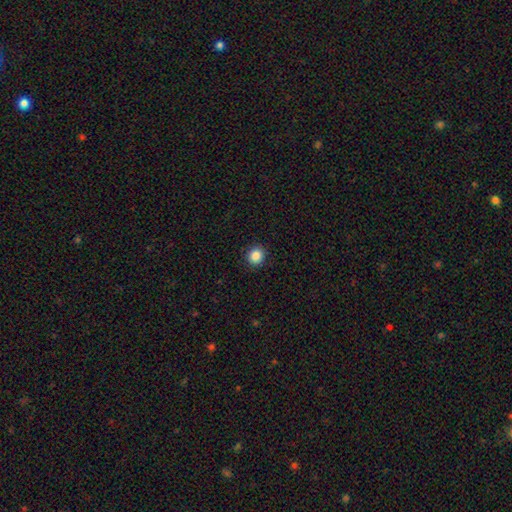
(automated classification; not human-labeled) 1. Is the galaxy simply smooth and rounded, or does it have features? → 86% smooth, 10% star or artifact, 3% featured or disk.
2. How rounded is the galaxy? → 87% round, 12% in between, 1% cigar-shaped.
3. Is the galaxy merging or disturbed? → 92% none, 6% minor disturbance, 2% major disturbance, 1% merger.